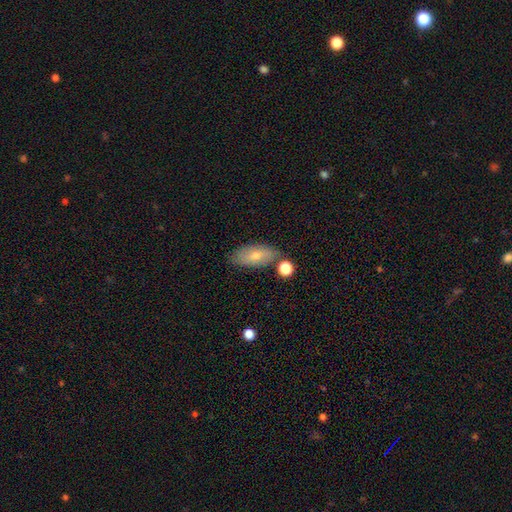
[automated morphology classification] Smooth or featured? smooth (70%)
How rounded? in between (88%)
Merging? none (71%)